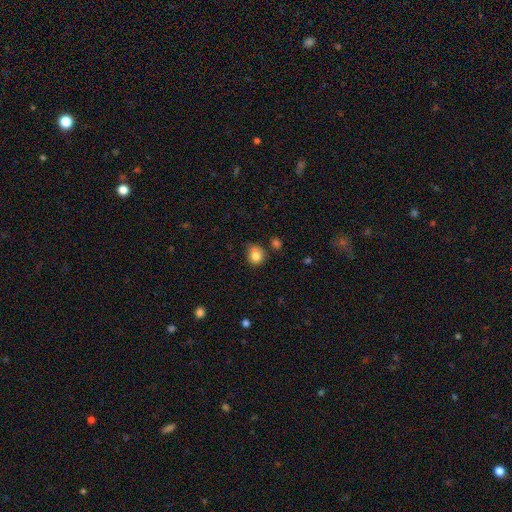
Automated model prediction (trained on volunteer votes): A smooth galaxy with no disk features (83%) that is round (73%). Merging: none (71%).